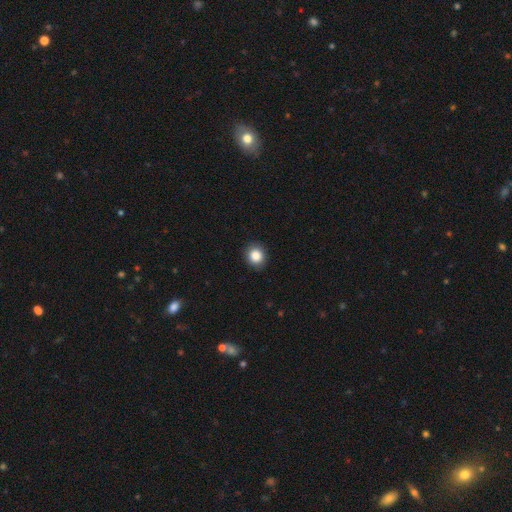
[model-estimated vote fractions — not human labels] This is clearly a smooth galaxy (87%). How rounded: likely round (77%). Merging: clearly none (90%).